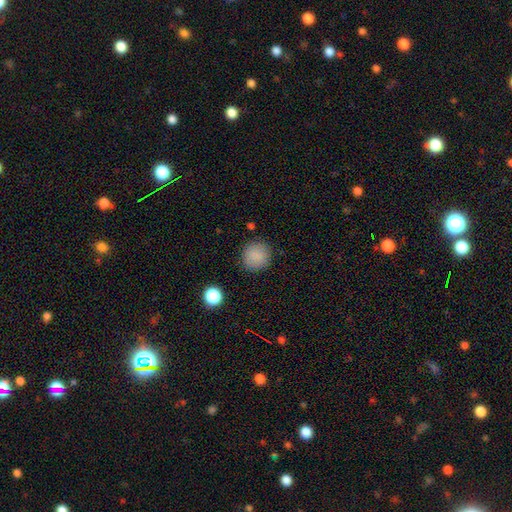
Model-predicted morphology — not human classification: Smooth or featured? smooth (86%)
How rounded? round (91%)
Merging? none (88%)